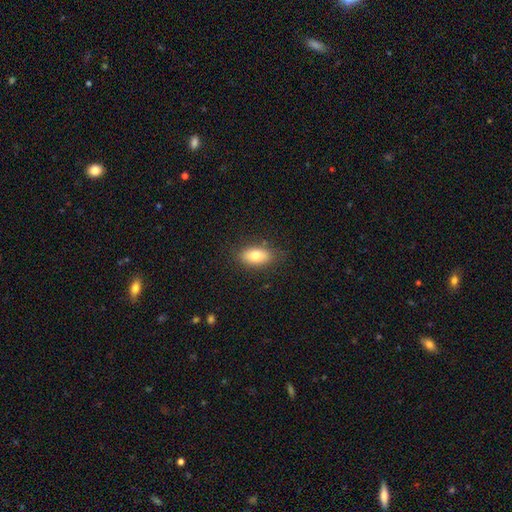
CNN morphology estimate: smooth-or-featured: smooth: 77% | featured or disk: 15% | star or artifact: 8%
  how-rounded: in between: 88% | round: 6% | cigar-shaped: 6%
  merging: none: 82% | minor disturbance: 14% | major disturbance: 3% | merger: 1%